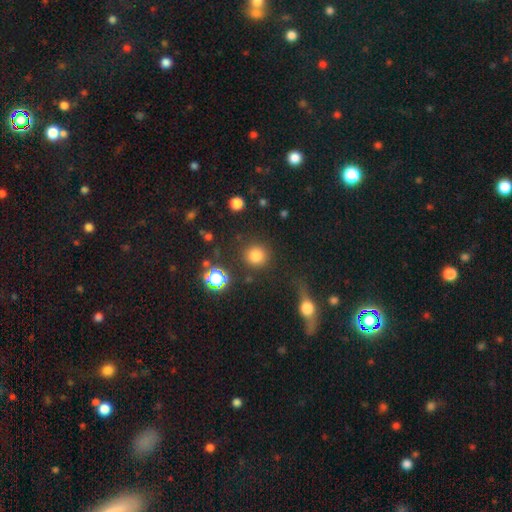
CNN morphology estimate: Overall: smooth (77%). How rounded: round (91%). Merging: none (84%).